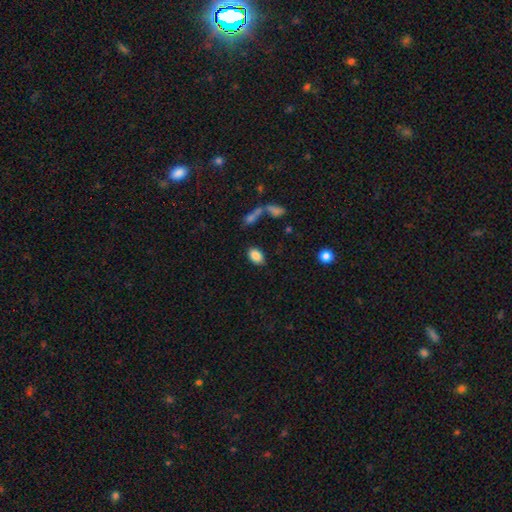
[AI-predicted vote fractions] The model was most divided on "merging": none: 79%, minor disturbance: 13%, merger: 4%, major disturbance: 4%. More confident: how rounded — in between (89%); smooth or featured — smooth (86%).